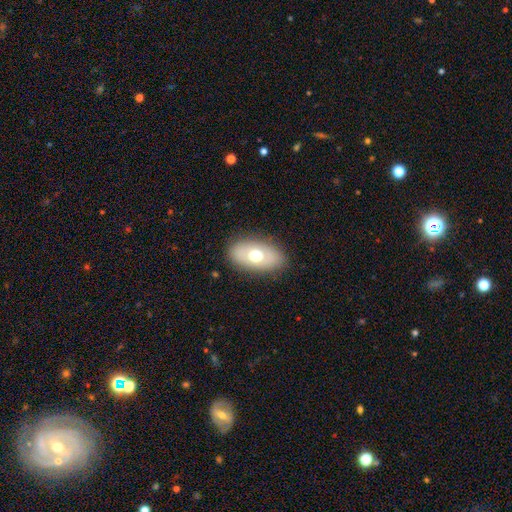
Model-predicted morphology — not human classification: Smooth or featured? smooth (59%)
How rounded? in between (89%)
Merging? none (83%)